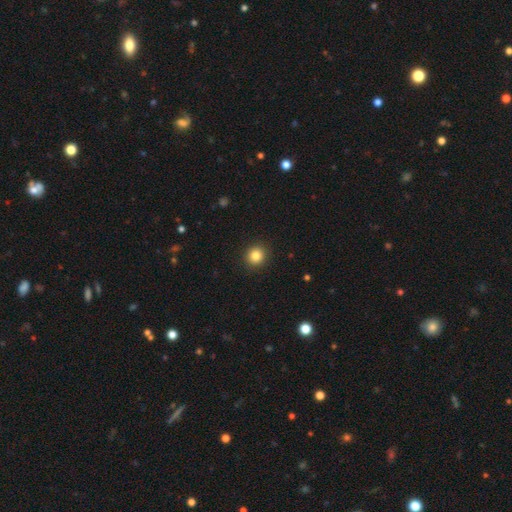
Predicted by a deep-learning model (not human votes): This appears to be a smooth galaxy with no disk features (84%) that is round (89%). Merging: none (92%).